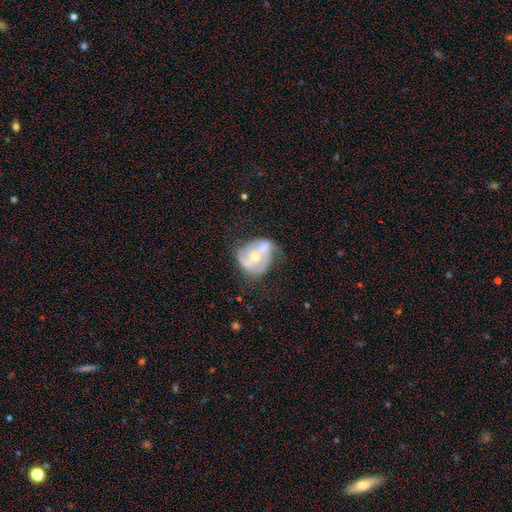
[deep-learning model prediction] Overall: featured or disk (69%). Edge-on disk: no (97%). Bar: no (54%; weak 29%). Spiral arms: yes (60%; no 40%). Bulge size: moderate (65%; small 30%). Merging: none (40%; merger 23%).